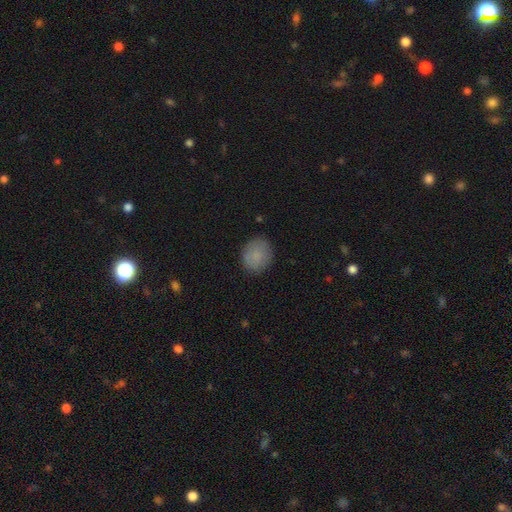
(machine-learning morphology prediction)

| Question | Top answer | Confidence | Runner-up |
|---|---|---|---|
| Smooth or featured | smooth | 85% | star or artifact (8%) |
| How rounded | round | 81% | in between (18%) |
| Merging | none | 85% | minor disturbance (11%) |